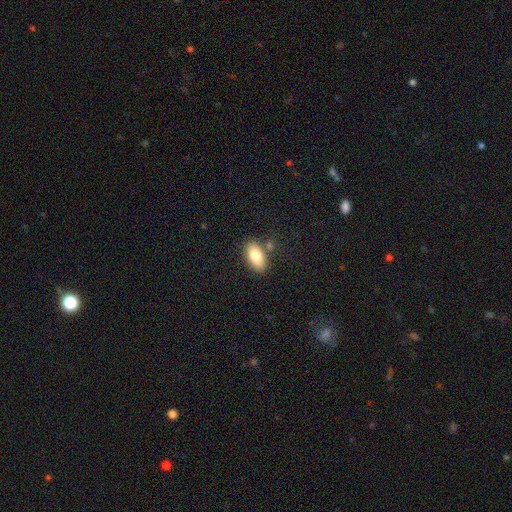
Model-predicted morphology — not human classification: smooth_or_featured: smooth (p=0.80) [alt: featured or disk p=0.13]
how_rounded: in between (p=0.92) [alt: round p=0.04]
merging: none (p=0.76) [alt: minor disturbance p=0.12]